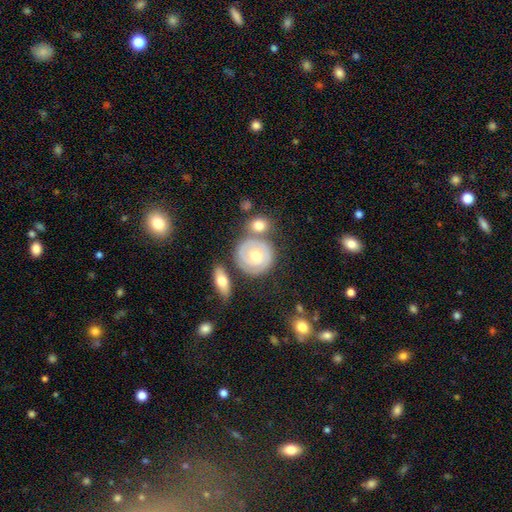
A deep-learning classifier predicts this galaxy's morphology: The model was most divided on "smooth or featured": featured or disk: 56%, smooth: 38%, star or artifact: 6%. More confident: edge-on disk — no (96%); bar — no (84%); bulge size — moderate (73%); spiral arms — yes (65%); merging — none (64%).